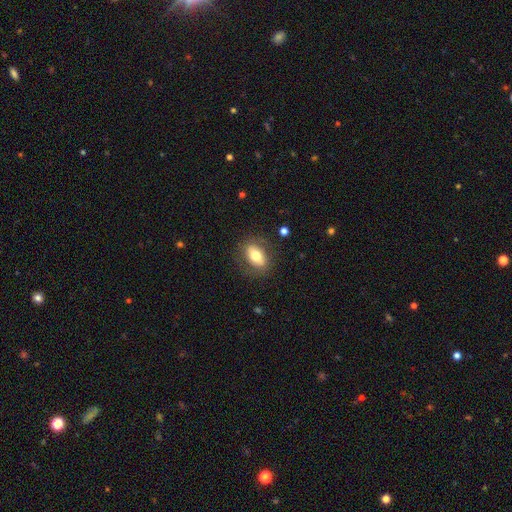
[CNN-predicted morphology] smooth 66%, featured or disk 26%, star or artifact 7%. Down the decision tree: how rounded — in between (84%); merging — none (80%).